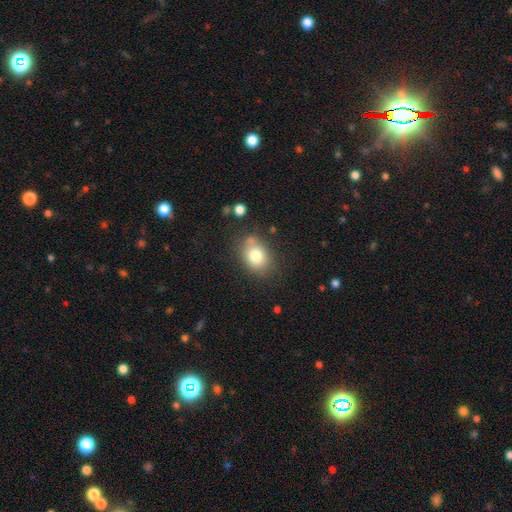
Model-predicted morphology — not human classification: smooth 79%, featured or disk 12%, star or artifact 10%. Down the decision tree: how rounded — in between (59%); merging — none (69%).